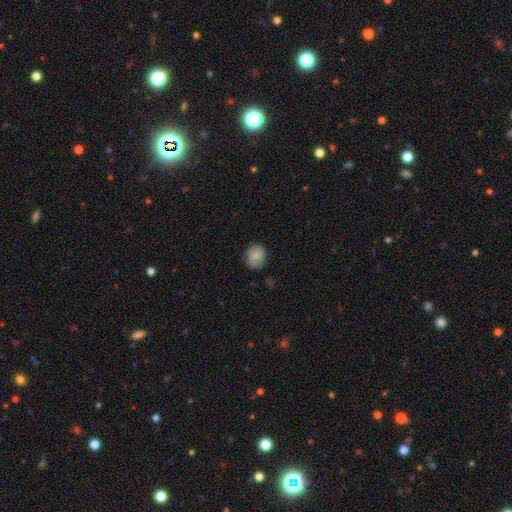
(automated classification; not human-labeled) Morphology: type=smooth (77%); roundness=round (66%); merging=none (71%).